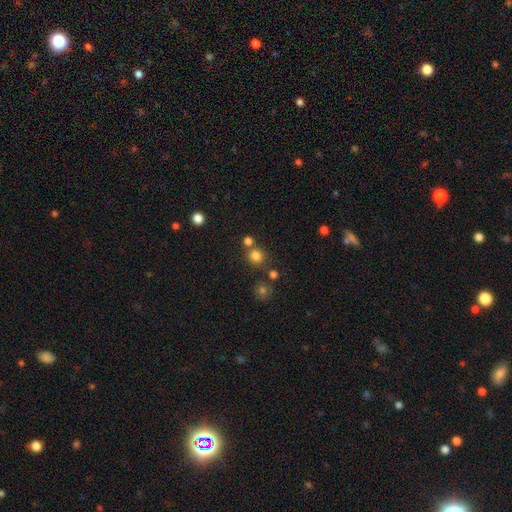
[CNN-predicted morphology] type=smooth (78%); roundness=round (90%); merging=none (72%).